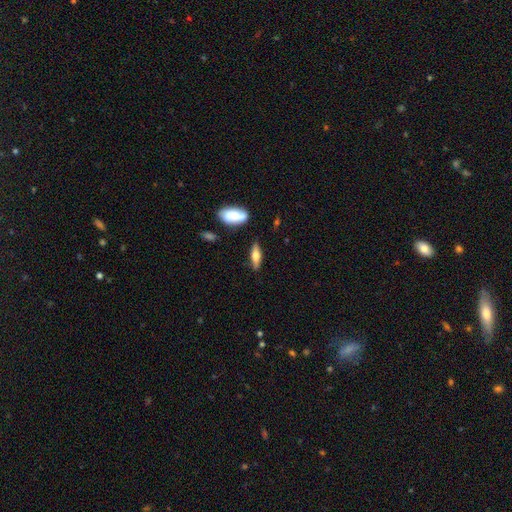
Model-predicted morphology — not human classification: type=smooth (53%); roundness=cigar-shaped (50%); merging=none (82%).